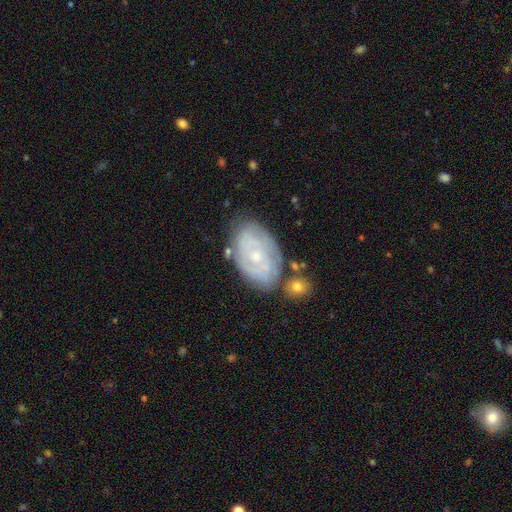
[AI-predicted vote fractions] This appears to be a featured or disk galaxy (73%) with no bar (70%), tight (69%) spiral arms (86%) and a small central bulge (69%). Merging: none (67%).